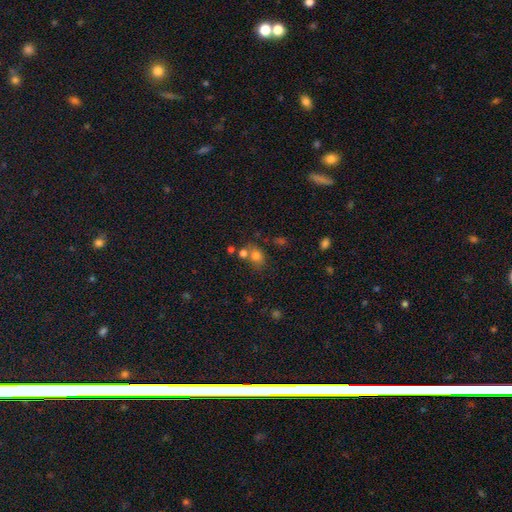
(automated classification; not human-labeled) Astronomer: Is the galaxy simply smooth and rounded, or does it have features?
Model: smooth — 73%.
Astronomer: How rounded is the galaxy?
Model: round — 55% (runner-up: in between, 43%).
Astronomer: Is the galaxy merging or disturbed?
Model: none — 50% (runner-up: merger, 31%).